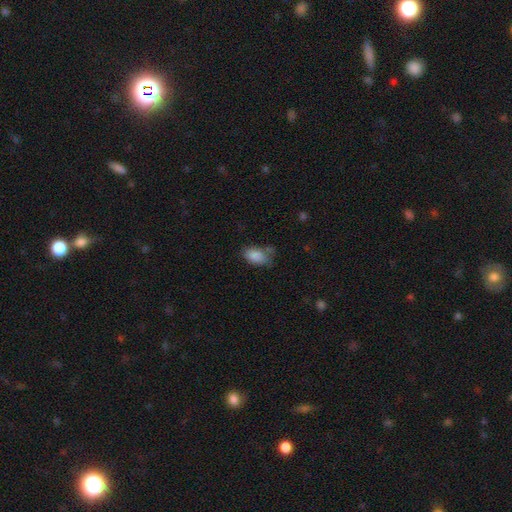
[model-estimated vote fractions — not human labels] Overall: smooth (86%). How rounded: in between (91%). Merging: none (56%; minor disturbance 28%).